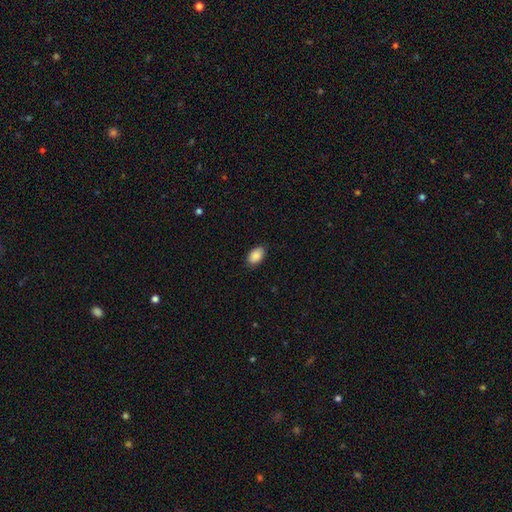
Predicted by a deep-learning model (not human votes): The model was most divided on "merging": none: 85%, minor disturbance: 11%, major disturbance: 2%, merger: 1%. More confident: how rounded — in between (92%); smooth or featured — smooth (89%).